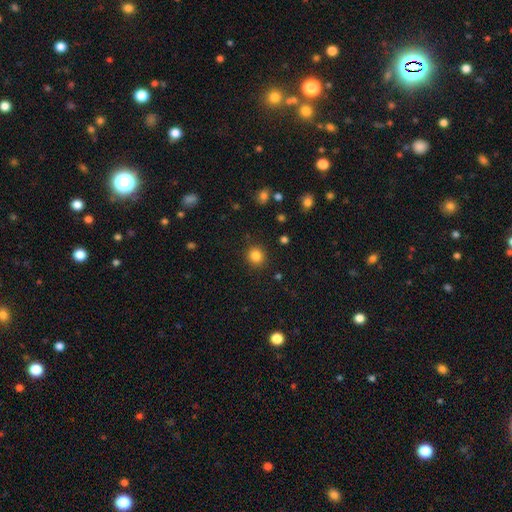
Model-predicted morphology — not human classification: A smooth galaxy with no disk features (84%) that is round (88%).

Vote fractions:
- Smooth or featured? smooth: 84% / star or artifact: 12% / featured or disk: 4%
- How rounded? round: 88% / in between: 11% / cigar-shaped: 1%
- Merging? none: 90% / minor disturbance: 6% / major disturbance: 2% / merger: 1%